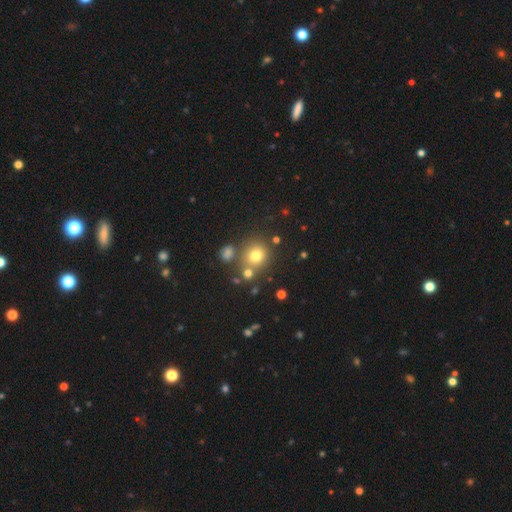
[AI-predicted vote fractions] Q: Smooth or featured?
A: smooth (74%); runner-up: star or artifact (16%)
Q: How rounded?
A: round (86%); runner-up: in between (13%)
Q: Merging?
A: none (70%); runner-up: merger (15%)